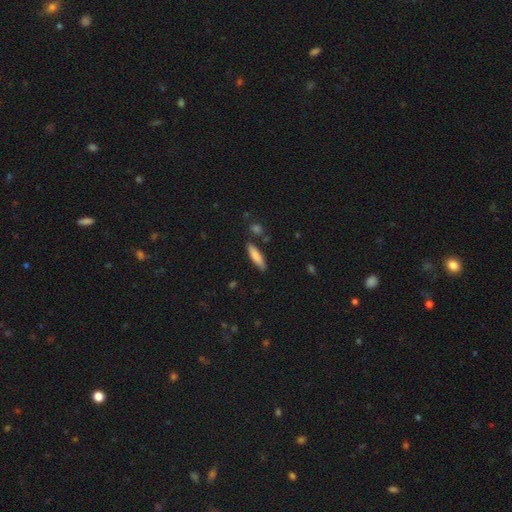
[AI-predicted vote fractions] The model was most divided on "how rounded": cigar-shaped: 68%, in between: 31%, round: 2%. More confident: smooth or featured — smooth (83%); merging — none (81%).